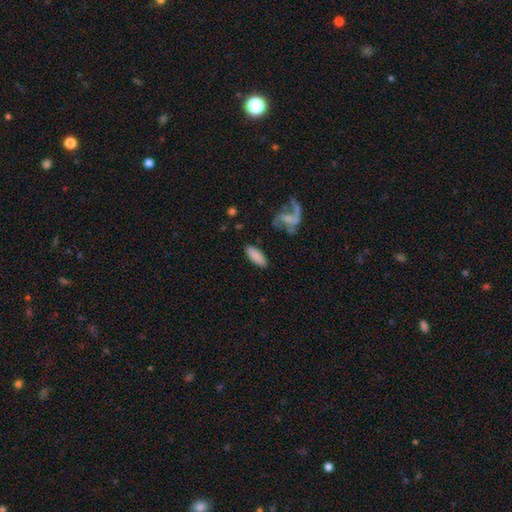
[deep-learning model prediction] Smooth or featured? smooth (85%)
How rounded? in between (70%)
Merging? none (82%)